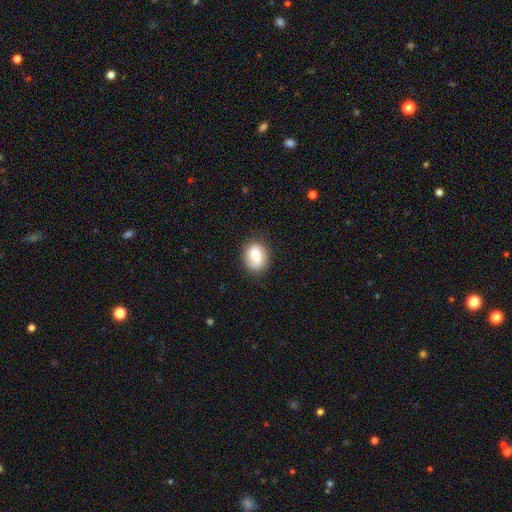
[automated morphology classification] type=smooth (71%); roundness=in between (51%); merging=none (80%).